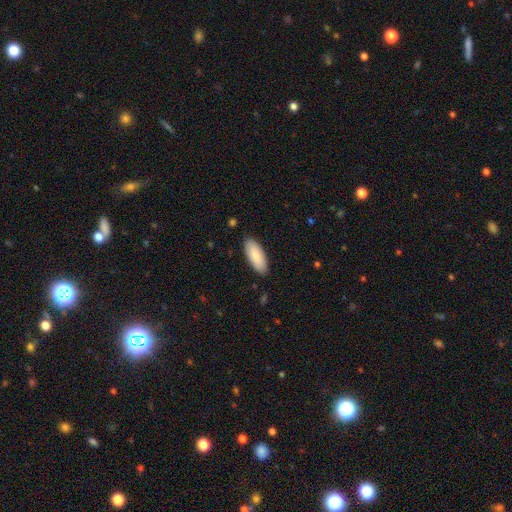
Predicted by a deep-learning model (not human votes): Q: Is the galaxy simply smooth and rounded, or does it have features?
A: smooth — 88%.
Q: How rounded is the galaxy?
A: in between — 80%.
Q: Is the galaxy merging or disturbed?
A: none — 88%.